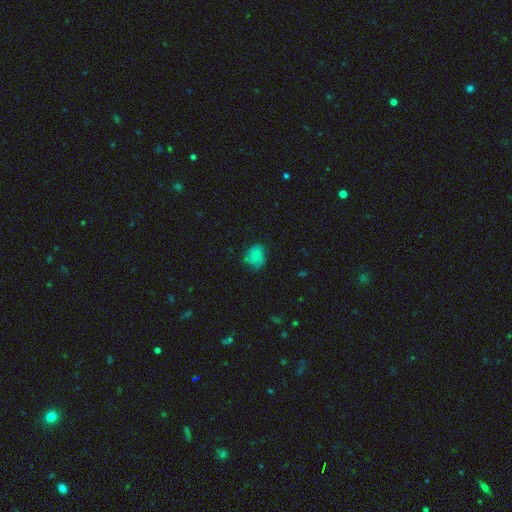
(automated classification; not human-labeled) Morphology: type=smooth (66%); roundness=round (61%); merging=none (55%).